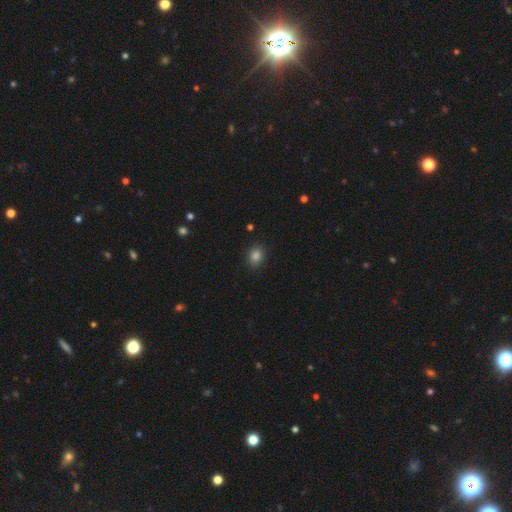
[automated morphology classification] A smooth galaxy with no disk features (84%) that is in between round and cigar-shaped (53%). Merging: none (88%).